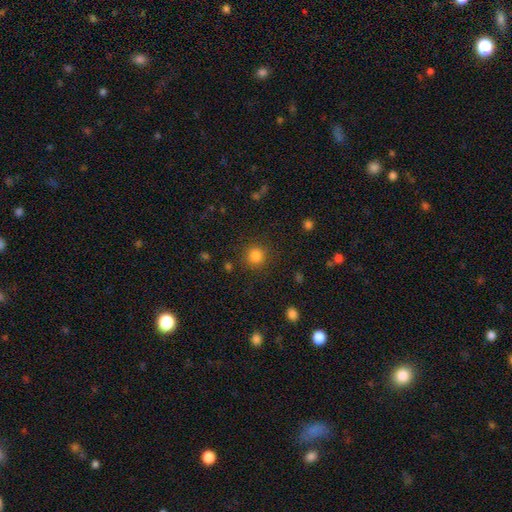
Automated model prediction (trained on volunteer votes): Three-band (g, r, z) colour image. It shows a smooth galaxy with no disk features (83%) that is round (93%). Merging: none (89%).